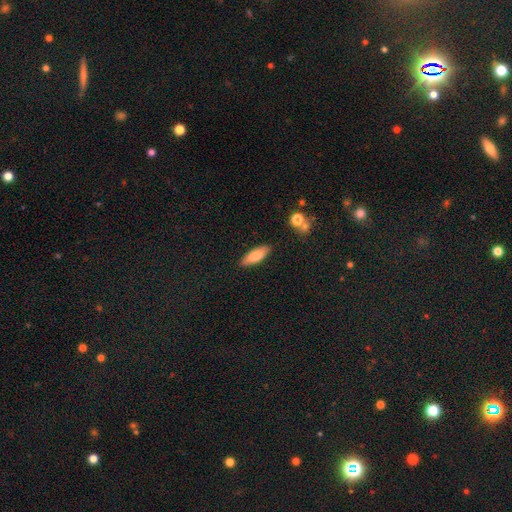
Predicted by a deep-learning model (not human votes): Smooth or featured? smooth (79%)
How rounded? in between (56%)
Merging? none (86%)